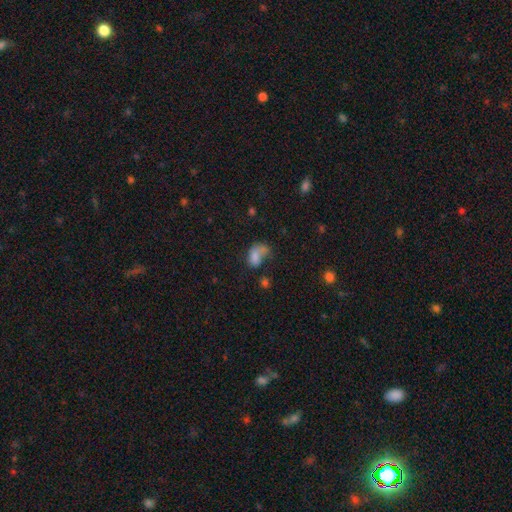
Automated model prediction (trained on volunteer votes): A smooth galaxy with no disk features (73%) that is in between round and cigar-shaped (83%). Merging: merger (31%).